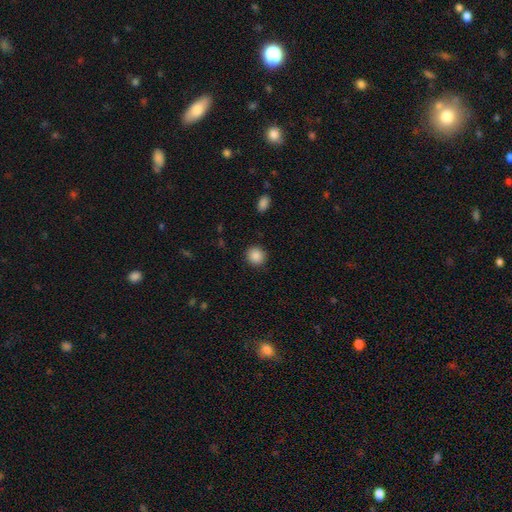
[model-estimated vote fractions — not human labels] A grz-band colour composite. It shows a smooth galaxy with no disk features (88%) that is round (89%). Merging: none (90%).